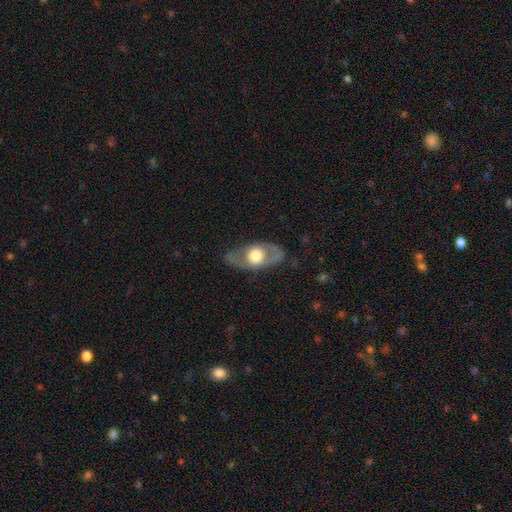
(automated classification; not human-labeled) Q: Smooth or featured?
A: featured or disk (57%); runner-up: smooth (38%)
Q: Edge-on disk?
A: no (74%); runner-up: yes (26%)
Q: Merging?
A: none (76%); runner-up: minor disturbance (15%)